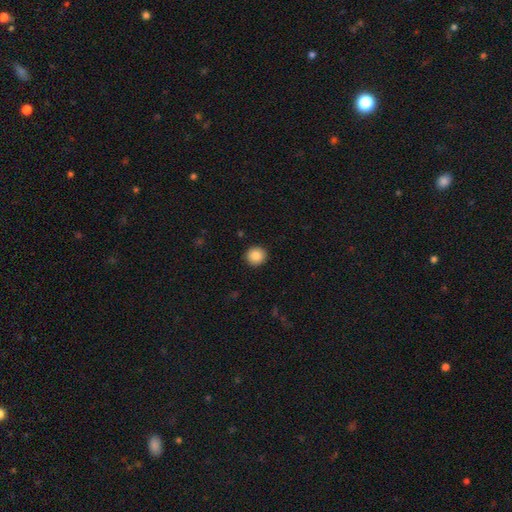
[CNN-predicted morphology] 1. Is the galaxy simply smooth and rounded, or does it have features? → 87% smooth, 8% star or artifact, 5% featured or disk.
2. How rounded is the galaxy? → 93% round, 6% in between, 1% cigar-shaped.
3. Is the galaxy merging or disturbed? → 92% none, 5% minor disturbance, 2% major disturbance, 1% merger.